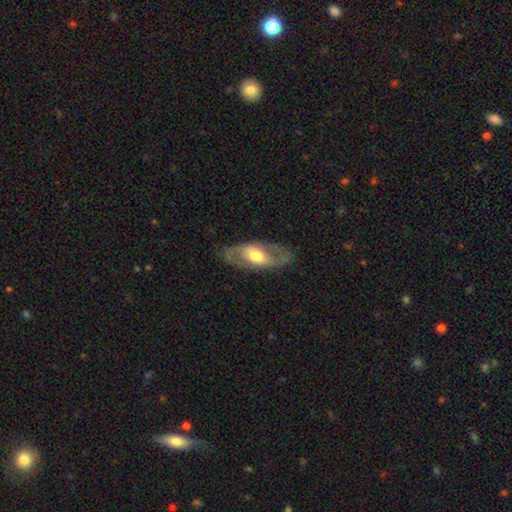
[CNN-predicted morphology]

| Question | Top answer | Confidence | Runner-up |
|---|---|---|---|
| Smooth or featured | featured or disk | 66% | smooth (28%) |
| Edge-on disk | no | 86% | yes (14%) |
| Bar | no | 58% | weak (29%) |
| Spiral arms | yes | 57% | no (43%) |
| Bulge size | moderate | 68% | large (17%) |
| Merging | none | 79% | minor disturbance (13%) |